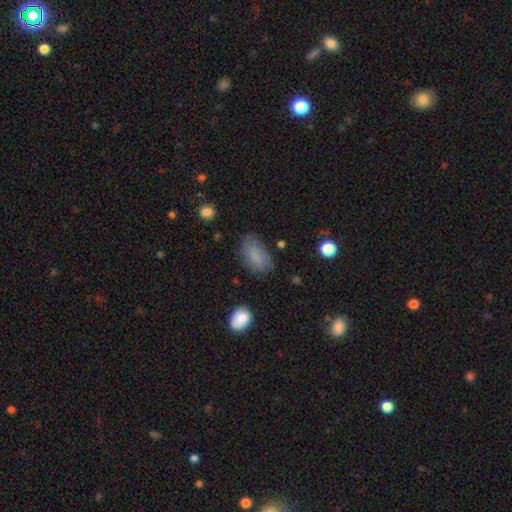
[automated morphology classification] Overall: smooth (79%). How rounded: in between (92%). Merging: none (65%).